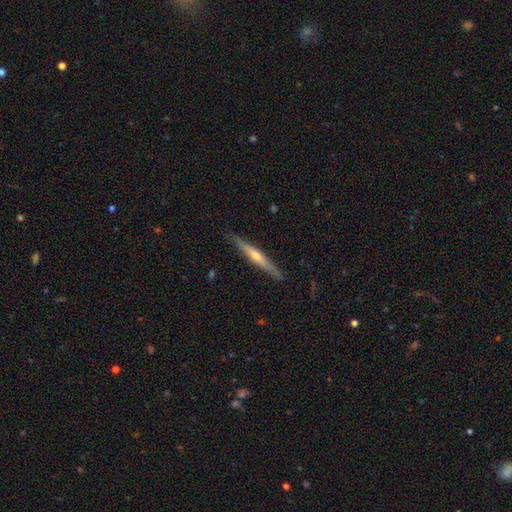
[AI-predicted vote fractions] Morphology: type=featured or disk (62%); edge-on=yes (95%); edge-on bulge=rounded (76%); merging=none (88%).